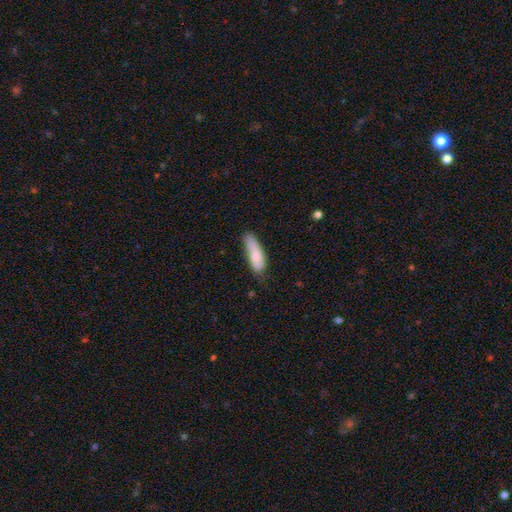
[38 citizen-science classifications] smooth_or_featured: smooth (p=0.89) [alt: featured or disk p=0.11]
how_rounded: in between (p=0.50) [tied with: cigar-shaped p=0.50]
merging: minor disturbance (p=0.42) [alt: none p=0.37]